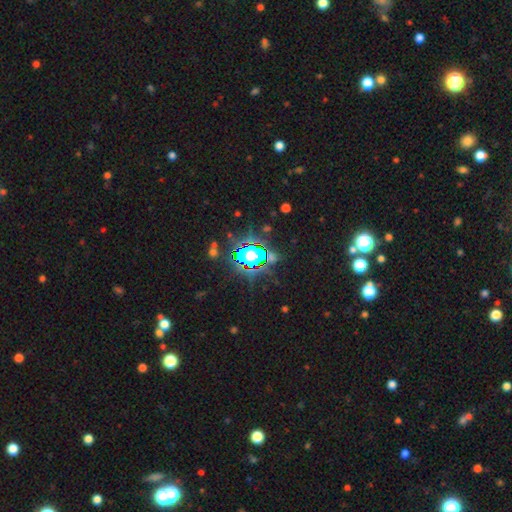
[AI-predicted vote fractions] This appears to be a star or artifact, not a galaxy (80%).